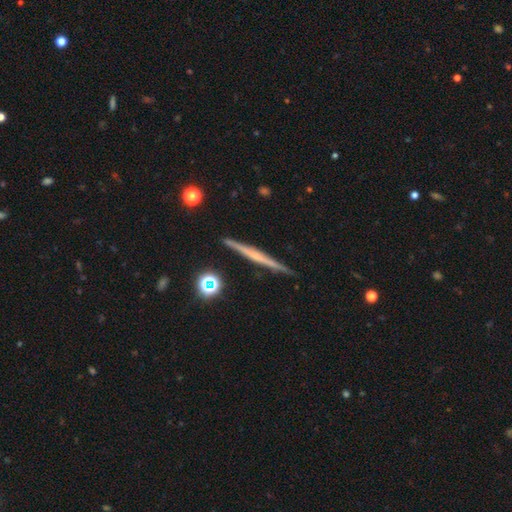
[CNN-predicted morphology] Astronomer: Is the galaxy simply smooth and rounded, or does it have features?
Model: featured or disk — 68%.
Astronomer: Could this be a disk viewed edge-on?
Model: yes — 98%.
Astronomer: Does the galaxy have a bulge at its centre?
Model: none — 56% (runner-up: rounded, 35%).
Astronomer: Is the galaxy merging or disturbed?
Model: none — 91%.